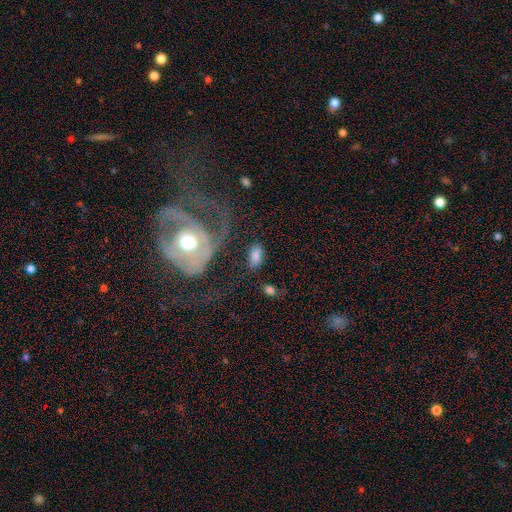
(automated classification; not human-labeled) smooth_or_featured: smooth (p=0.74) [alt: featured or disk p=0.18]
how_rounded: in between (p=0.90) [alt: cigar-shaped p=0.05]
merging: none (p=0.63) [alt: minor disturbance p=0.17]